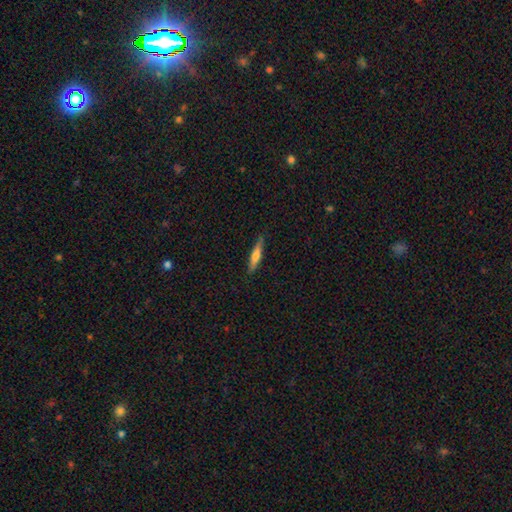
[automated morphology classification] This appears to be a smooth galaxy with no disk features (56%) that is cigar-shaped (86%). Merging: none (87%).